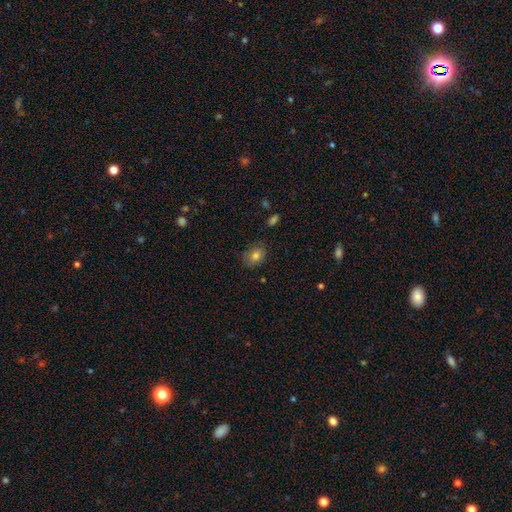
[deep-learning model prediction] Smooth or featured: smooth — 81% (star or artifact — 10%)
How rounded: in between — 63% (round — 36%)
Merging: none — 76% (minor disturbance — 18%)